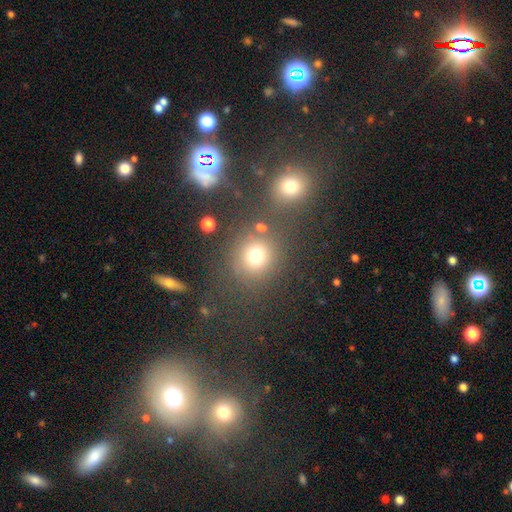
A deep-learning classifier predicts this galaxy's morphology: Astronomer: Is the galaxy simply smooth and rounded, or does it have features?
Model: smooth — 74%.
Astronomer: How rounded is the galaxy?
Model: round — 87%.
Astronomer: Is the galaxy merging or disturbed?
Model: none — 74%.